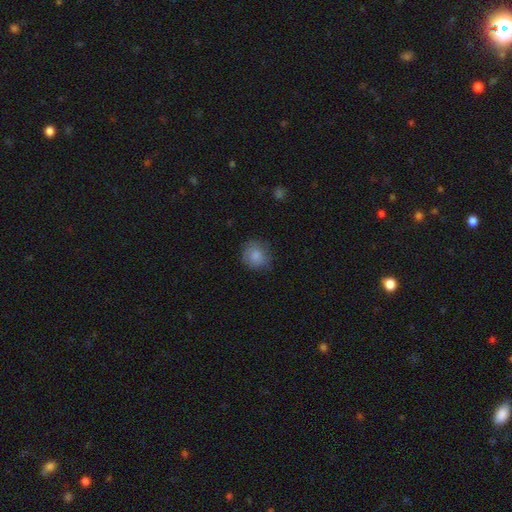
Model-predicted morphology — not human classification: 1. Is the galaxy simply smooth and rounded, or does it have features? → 84% smooth, 8% star or artifact, 7% featured or disk.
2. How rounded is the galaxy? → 81% round, 18% in between, 1% cigar-shaped.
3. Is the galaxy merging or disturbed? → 75% none, 19% minor disturbance, 5% major disturbance, 1% merger.